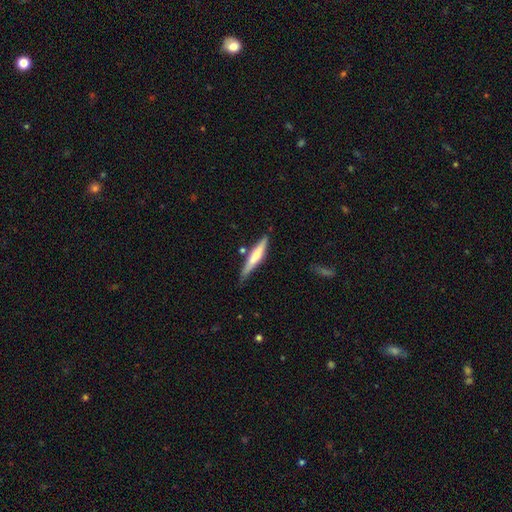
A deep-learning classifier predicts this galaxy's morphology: smooth 54%, featured or disk 41%, star or artifact 5%. Down the decision tree: how rounded — cigar-shaped (89%); merging — none (70%).